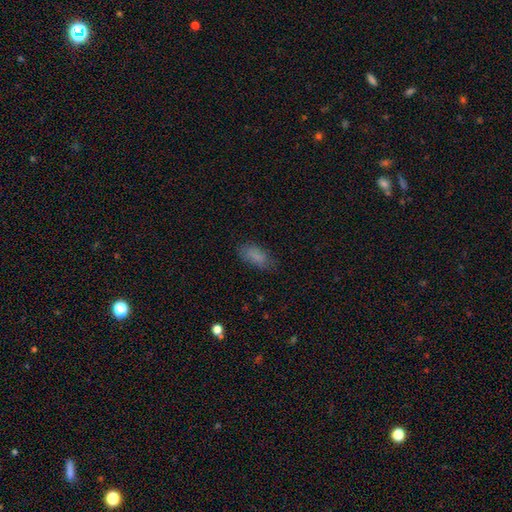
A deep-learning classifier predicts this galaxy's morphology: The model was most divided on "merging": none: 75%, minor disturbance: 18%, major disturbance: 6%, merger: 1%. More confident: how rounded — in between (87%); smooth or featured — smooth (82%).